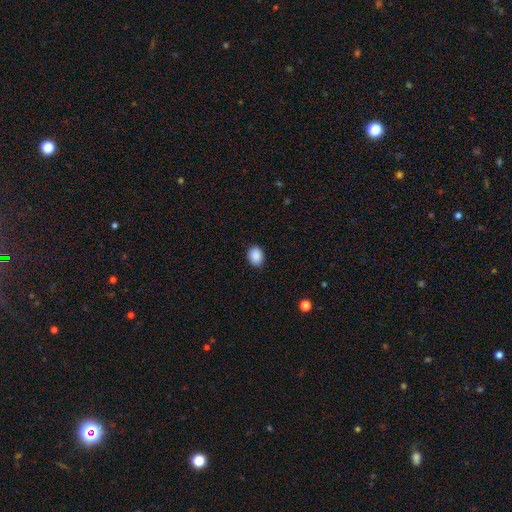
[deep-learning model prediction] Overall: smooth (89%). How rounded: in between (55%; round 44%). Merging: none (86%).